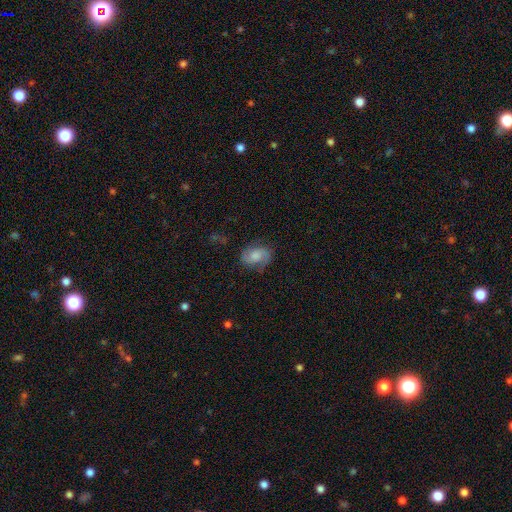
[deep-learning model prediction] featured or disk 57%, smooth 35%, star or artifact 9%. Down the decision tree: edge-on disk — no (97%); bar — no (62%); spiral arms — yes (91%); bulge size — moderate (34%); merging — none (72%).